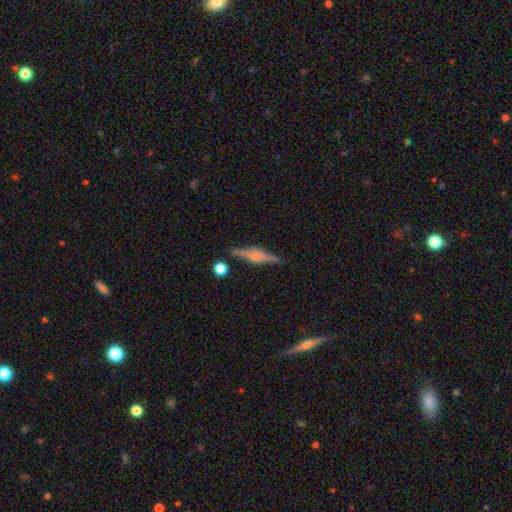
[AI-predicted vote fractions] Overall: featured or disk (74%). Edge-on disk: yes (97%). Edge-on bulge: rounded (74%). Merging: none (84%).